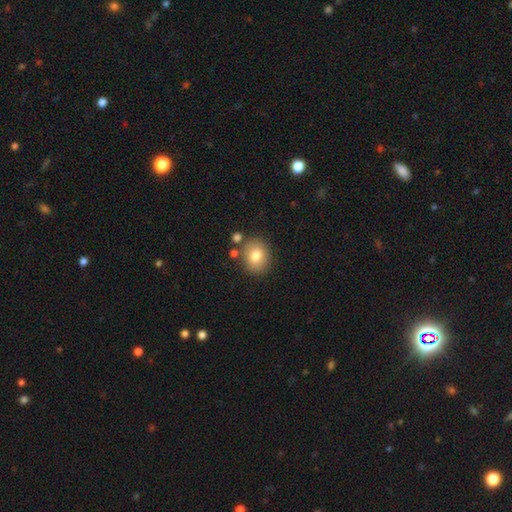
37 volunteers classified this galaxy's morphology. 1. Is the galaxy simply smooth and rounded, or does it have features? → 84% smooth, 11% featured or disk, 5% star or artifact.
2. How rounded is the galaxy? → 81% round, 19% in between, 0% cigar-shaped.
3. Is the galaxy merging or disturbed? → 83% none, 9% minor disturbance, 6% major disturbance, 3% merger.